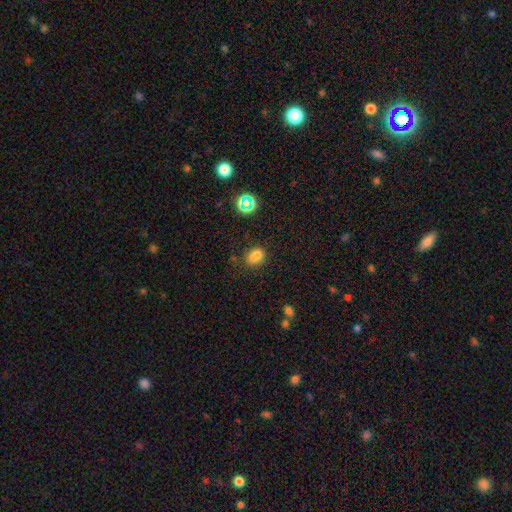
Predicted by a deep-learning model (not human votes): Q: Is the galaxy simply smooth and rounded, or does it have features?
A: smooth — 77%.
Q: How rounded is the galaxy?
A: in between — 65%.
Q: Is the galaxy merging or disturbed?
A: none — 73%.